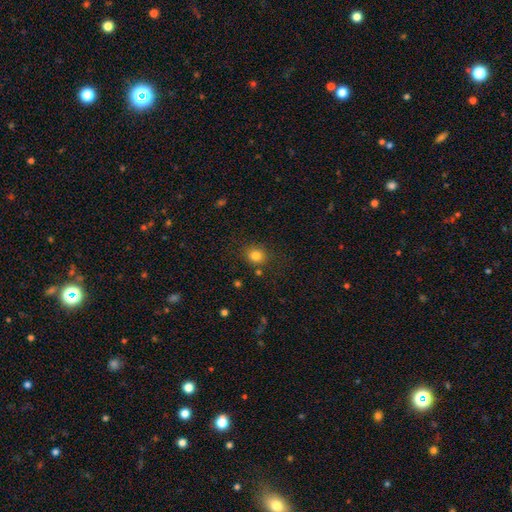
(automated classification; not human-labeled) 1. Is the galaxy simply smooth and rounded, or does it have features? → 81% smooth, 13% star or artifact, 6% featured or disk.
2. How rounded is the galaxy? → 78% round, 21% in between, 1% cigar-shaped.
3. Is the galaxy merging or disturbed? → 81% none, 12% minor disturbance, 4% major disturbance, 4% merger.